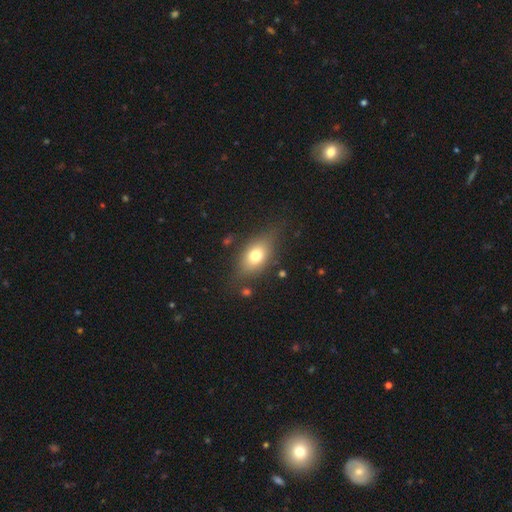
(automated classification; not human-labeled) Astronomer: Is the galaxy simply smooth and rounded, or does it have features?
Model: smooth — 71%.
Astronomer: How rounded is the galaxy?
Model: in between — 78%.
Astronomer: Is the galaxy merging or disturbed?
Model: none — 74%.